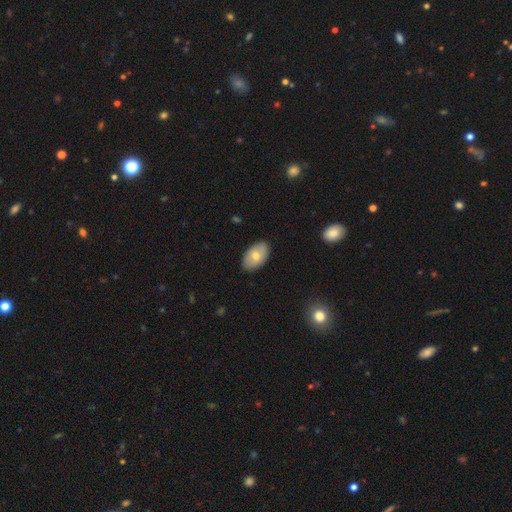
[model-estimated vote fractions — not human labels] smooth_or_featured: smooth (p=0.70) [alt: featured or disk p=0.23]
how_rounded: in between (p=0.93) [alt: round p=0.06]
merging: none (p=0.87) [alt: minor disturbance p=0.10]